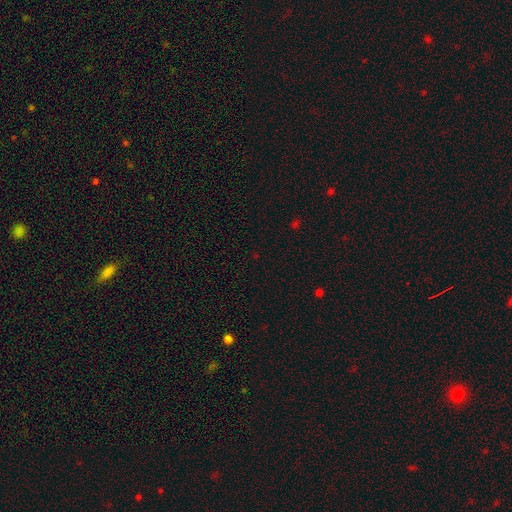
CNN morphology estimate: Q: Smooth or featured?
A: star or artifact (66%); runner-up: smooth (27%)